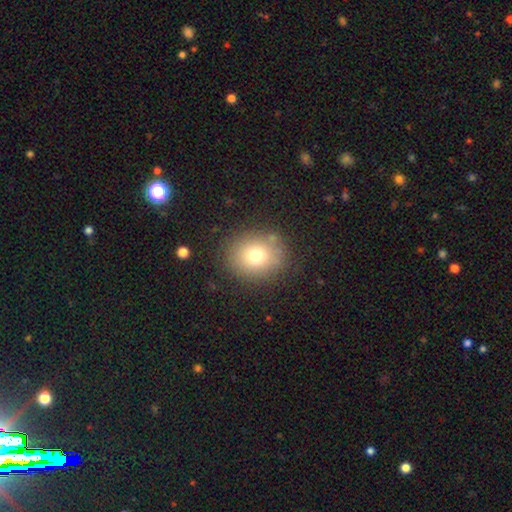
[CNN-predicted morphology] smooth_or_featured: smooth (p=0.74) [alt: star or artifact p=0.13]
how_rounded: round (p=0.72) [alt: in between p=0.27]
merging: none (p=0.83) [alt: minor disturbance p=0.10]